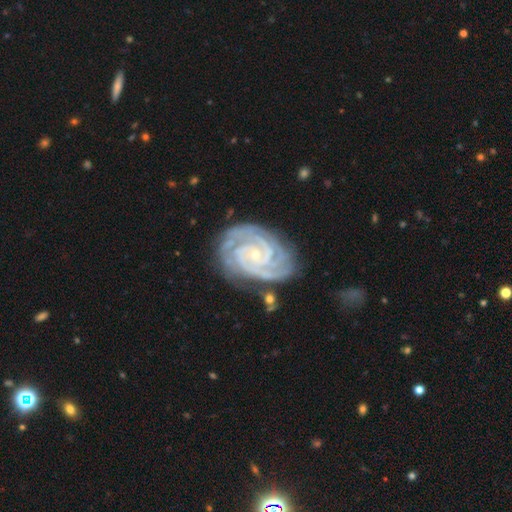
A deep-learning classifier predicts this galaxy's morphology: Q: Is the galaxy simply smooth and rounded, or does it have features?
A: featured or disk — 93%.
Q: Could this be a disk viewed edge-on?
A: no — 98%.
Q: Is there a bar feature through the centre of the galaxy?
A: no — 66%.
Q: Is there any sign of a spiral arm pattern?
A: yes — 99%.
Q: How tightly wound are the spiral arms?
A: tight — 80%.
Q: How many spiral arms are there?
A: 3 — 34%.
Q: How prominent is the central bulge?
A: small — 81%.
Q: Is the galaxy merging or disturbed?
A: none — 75%.